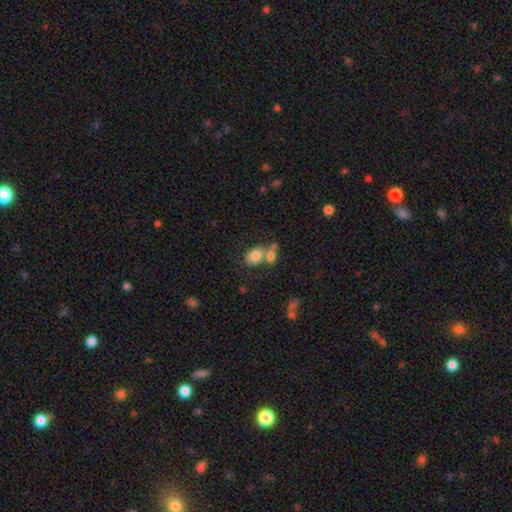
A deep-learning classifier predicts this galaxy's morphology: This is likely a smooth galaxy (76%). How rounded: likely in between (66%). Merging: possibly merger (48%).